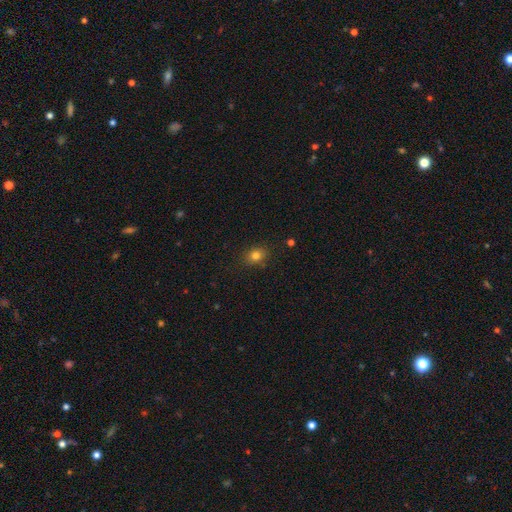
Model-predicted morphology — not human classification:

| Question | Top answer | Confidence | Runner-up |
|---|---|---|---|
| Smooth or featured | smooth | 79% | star or artifact (13%) |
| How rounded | round | 55% | in between (44%) |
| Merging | none | 85% | minor disturbance (11%) |